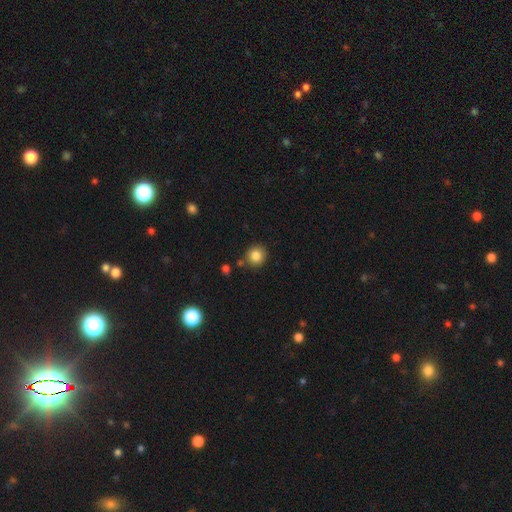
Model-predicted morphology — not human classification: The model was most divided on "merging": none: 82%, minor disturbance: 9%, merger: 6%, major disturbance: 3%. More confident: how rounded — round (88%); smooth or featured — smooth (84%).